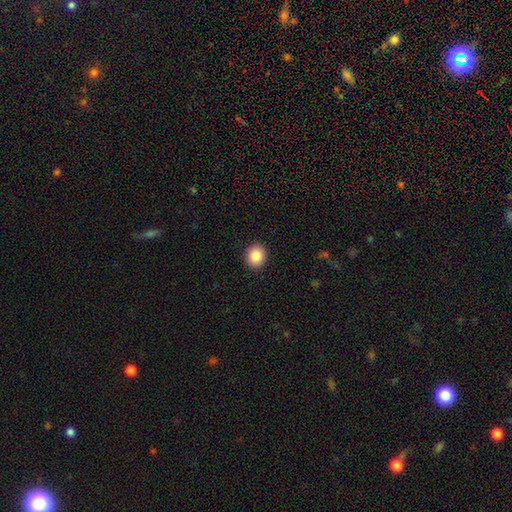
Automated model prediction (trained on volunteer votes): smooth-or-featured: smooth: 87% | star or artifact: 9% | featured or disk: 5%
  how-rounded: round: 78% | in between: 21% | cigar-shaped: 1%
  merging: none: 92% | minor disturbance: 5% | major disturbance: 2% | merger: 1%